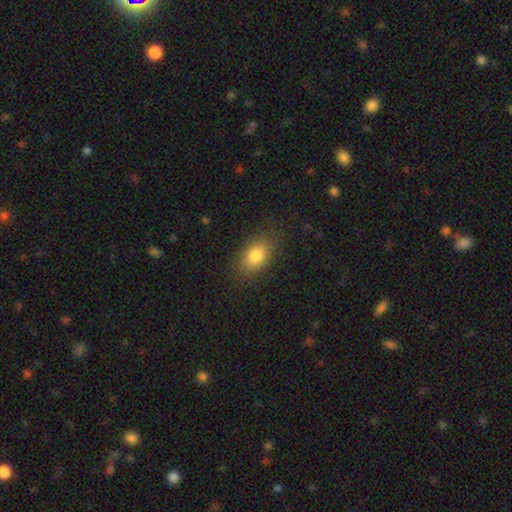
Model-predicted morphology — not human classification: The model was most divided on "smooth or featured": smooth: 82%, featured or disk: 9%, star or artifact: 9%. More confident: how rounded — in between (88%); merging — none (85%).